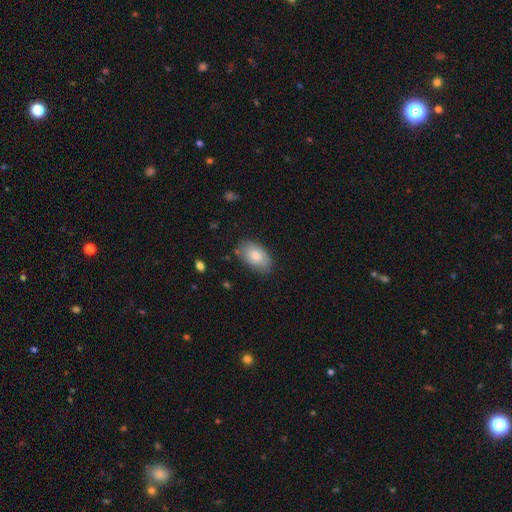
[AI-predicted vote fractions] A smooth galaxy with no disk features (81%) that is in between round and cigar-shaped (92%). Merging: none (77%).